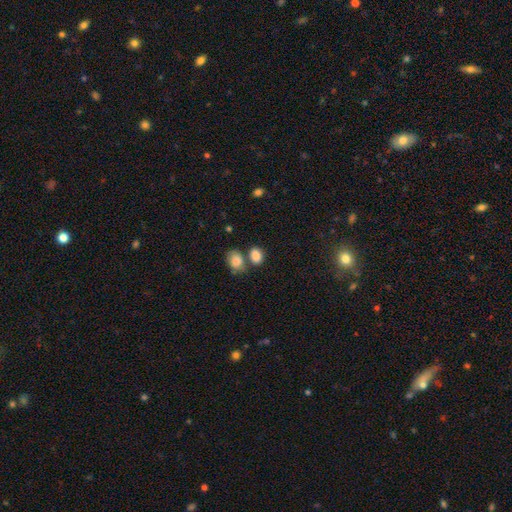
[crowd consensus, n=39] This appears to be a smooth galaxy with no disk features (87%) that is in between round and cigar-shaped (59%). Merging: none (60%).